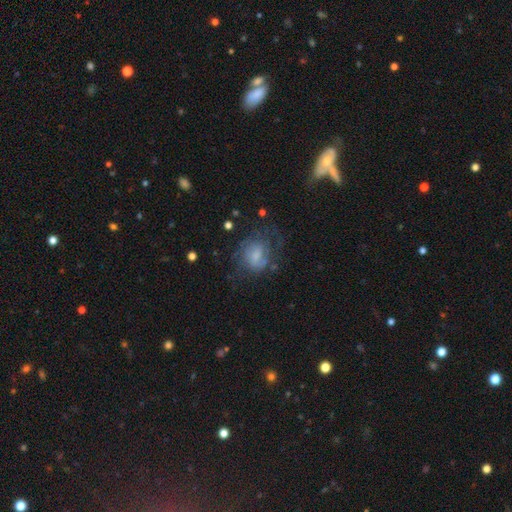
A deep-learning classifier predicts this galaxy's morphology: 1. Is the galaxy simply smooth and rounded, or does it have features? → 46% featured or disk, 44% smooth, 10% star or artifact.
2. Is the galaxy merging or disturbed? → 47% none, 27% major disturbance, 24% minor disturbance, 3% merger.